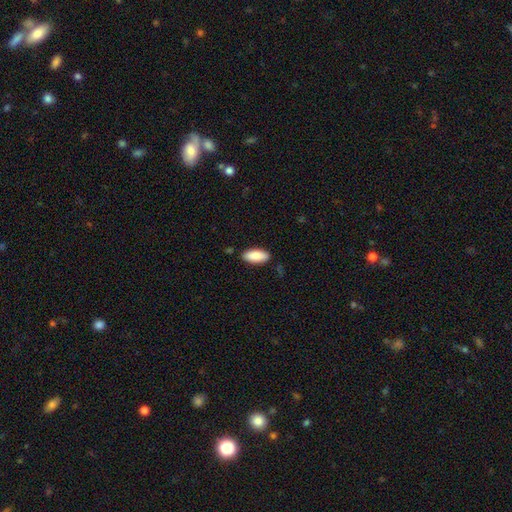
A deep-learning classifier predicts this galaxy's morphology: This appears to be a smooth galaxy with no disk features (87%) that is in between round and cigar-shaped (85%). Merging: none (87%).